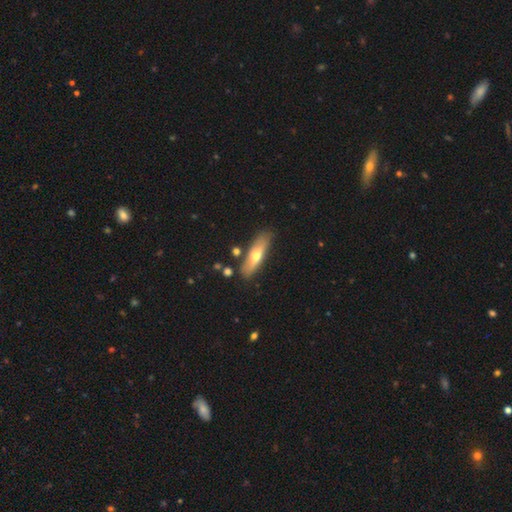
Overall: smooth (56%; featured or disk 38%). How rounded: in between (50%; cigar-shaped 45%). Merging: none (70%).